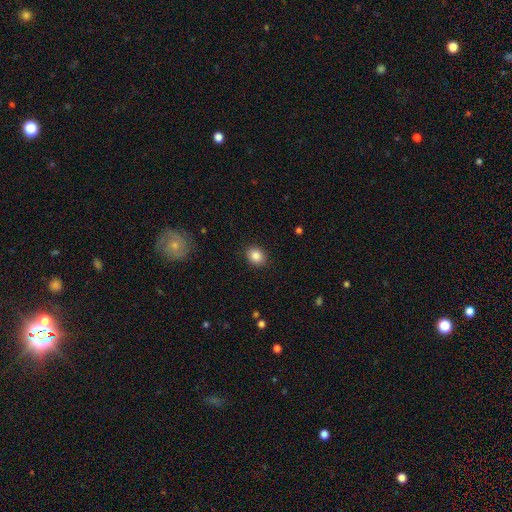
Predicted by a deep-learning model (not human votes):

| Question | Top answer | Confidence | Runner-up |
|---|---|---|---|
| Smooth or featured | smooth | 86% | star or artifact (9%) |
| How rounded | round | 60% | in between (39%) |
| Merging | none | 89% | minor disturbance (8%) |